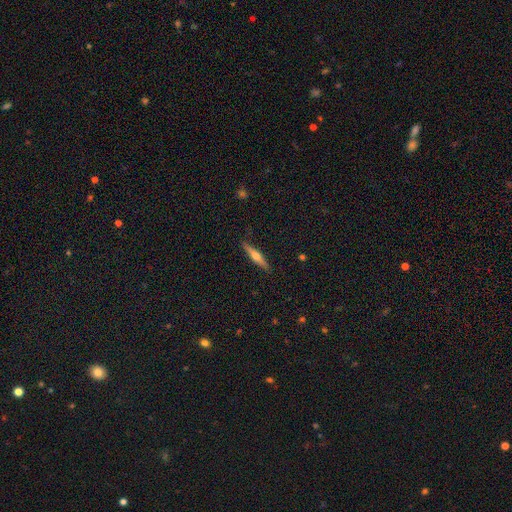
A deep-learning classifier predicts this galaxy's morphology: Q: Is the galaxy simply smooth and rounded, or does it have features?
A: featured or disk — 63%.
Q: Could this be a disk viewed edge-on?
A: yes — 97%.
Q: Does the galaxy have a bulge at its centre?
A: rounded — 90%.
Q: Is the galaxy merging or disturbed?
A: none — 90%.